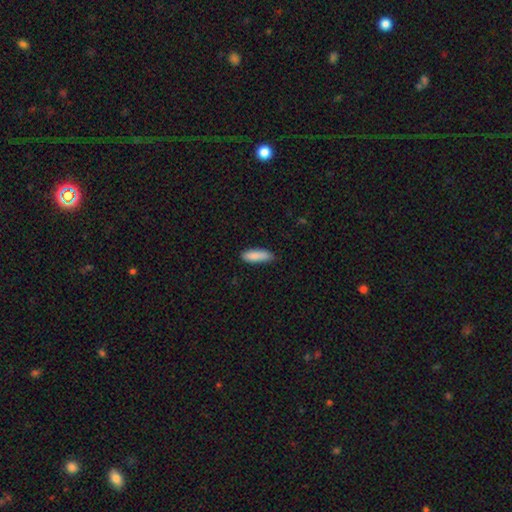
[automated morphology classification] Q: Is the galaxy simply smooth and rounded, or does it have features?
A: smooth — 88%.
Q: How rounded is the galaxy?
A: in between — 54%.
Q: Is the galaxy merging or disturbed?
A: none — 80%.